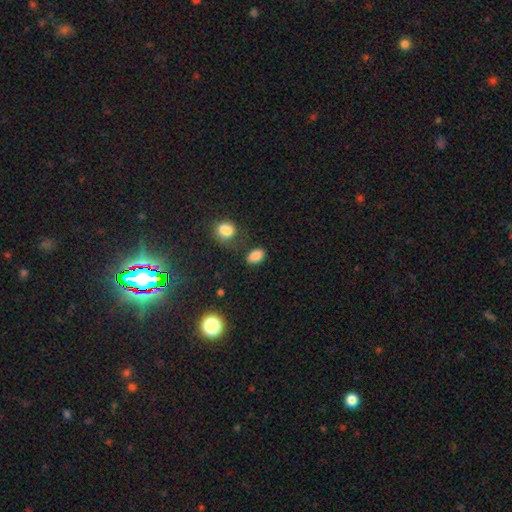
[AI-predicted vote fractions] Smooth or featured?
  - smooth: 85% *
  - star or artifact: 11%
  - featured or disk: 5%
How rounded?
  - in between: 84% *
  - round: 14%
  - cigar-shaped: 2%
Merging?
  - none: 74% *
  - minor disturbance: 15%
  - merger: 6%
  - major disturbance: 5%